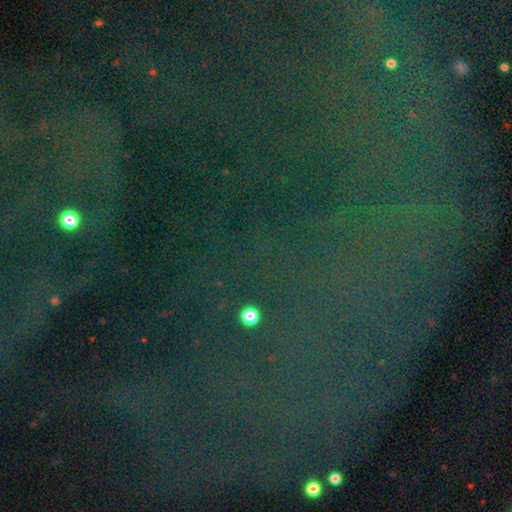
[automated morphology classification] Smooth or featured? Predicted: star or artifact (p=0.81).